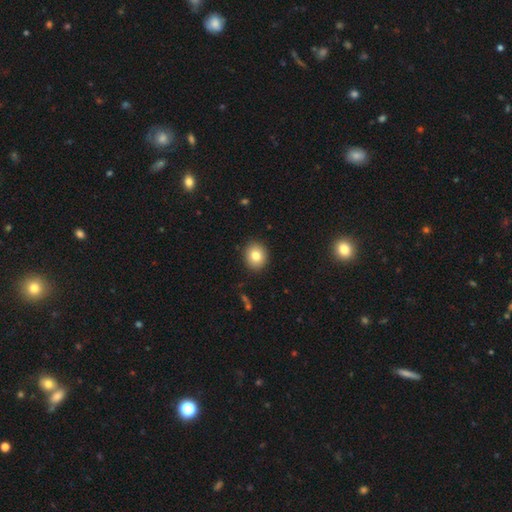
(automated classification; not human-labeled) Smooth or featured? Predicted: smooth (p=0.80). How rounded? Predicted: round (p=0.75). Merging? Predicted: none (p=0.90).